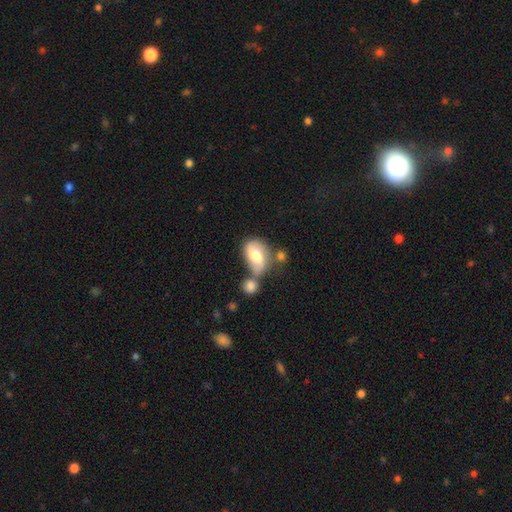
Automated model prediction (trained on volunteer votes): Overall: smooth (47%; featured or disk 46%). Merging: none (37%; merger 33%).